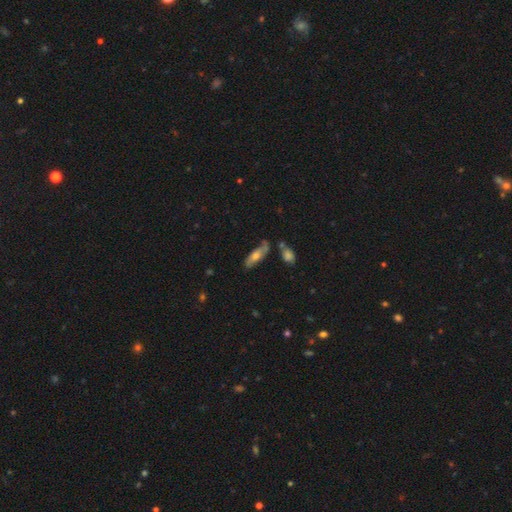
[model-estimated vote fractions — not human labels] Q: Smooth or featured?
A: smooth (49%); runner-up: featured or disk (44%)
Q: Merging?
A: none (60%); runner-up: minor disturbance (22%)